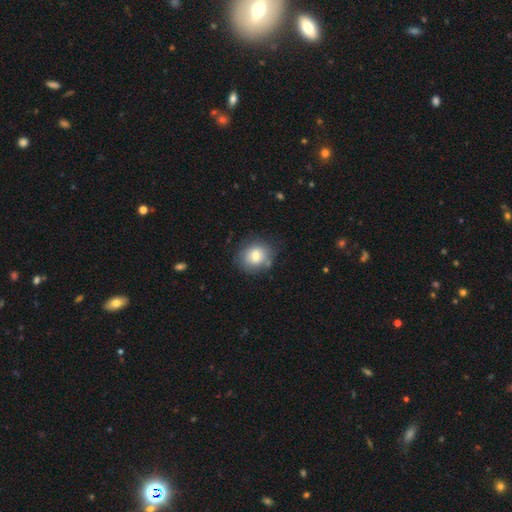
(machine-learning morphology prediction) Smooth or featured: smooth — 73% (featured or disk — 18%)
How rounded: round — 71% (in between — 28%)
Merging: none — 75% (minor disturbance — 17%)